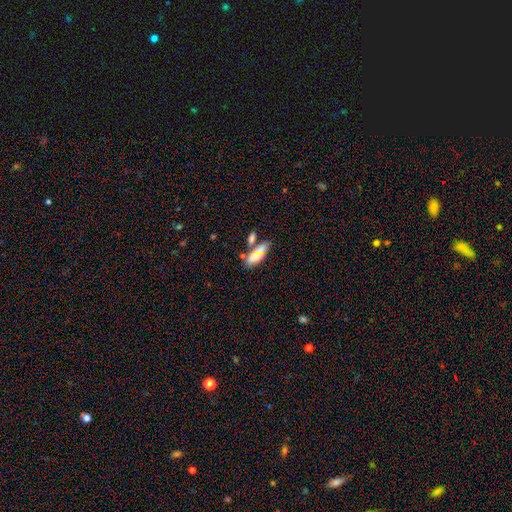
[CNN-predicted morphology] Smooth or featured? smooth (74%)
How rounded? in between (62%)
Merging? none (45%)